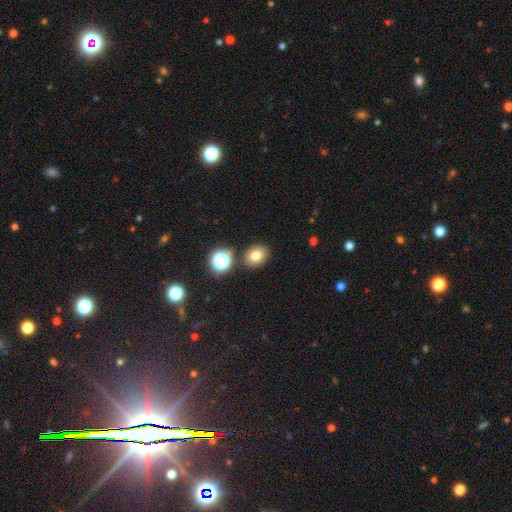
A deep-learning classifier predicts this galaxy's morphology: smooth_or_featured: smooth (p=0.76) [alt: star or artifact p=0.15]
how_rounded: in between (p=0.50) [alt: round p=0.49]
merging: none (p=0.82) [alt: minor disturbance p=0.09]